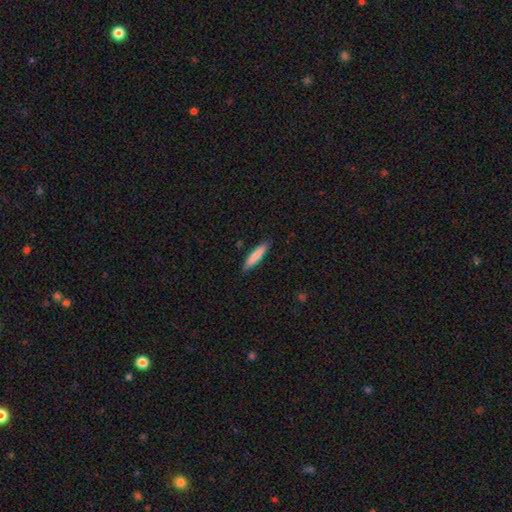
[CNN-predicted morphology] Q: Smooth or featured?
A: smooth (84%); runner-up: featured or disk (11%)
Q: How rounded?
A: cigar-shaped (83%); runner-up: in between (15%)
Q: Merging?
A: none (88%); runner-up: minor disturbance (9%)